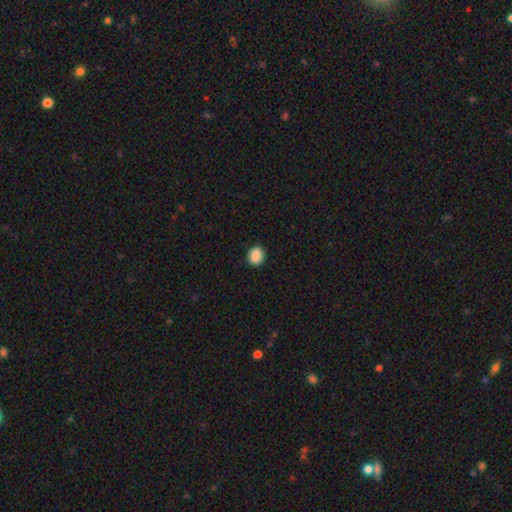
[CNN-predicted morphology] smooth 88%, star or artifact 8%, featured or disk 4%. Down the decision tree: how rounded — round (65%); merging — none (90%).